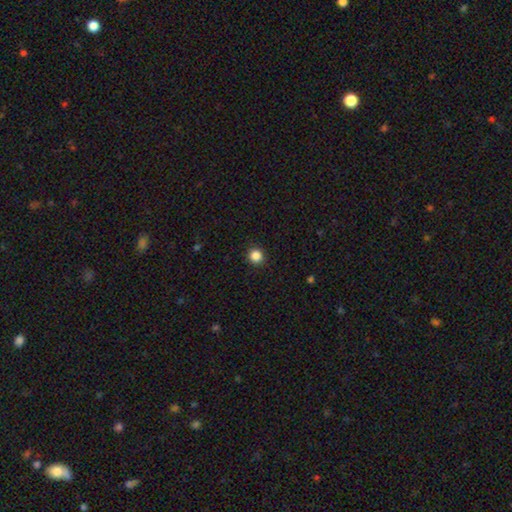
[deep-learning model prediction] Morphology: type=smooth (86%); roundness=round (94%); merging=none (93%).